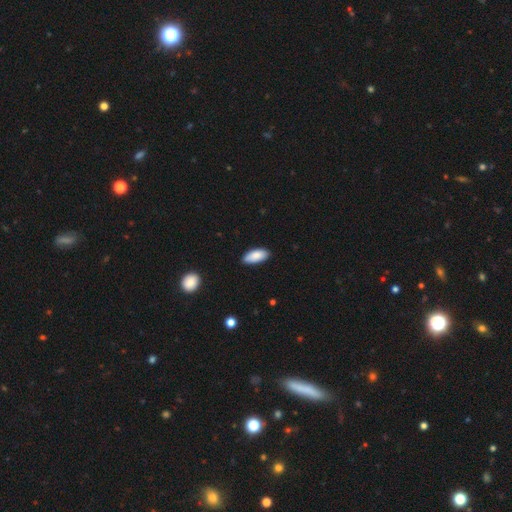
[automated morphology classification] This appears to be a smooth galaxy with no disk features (86%) that is in between round and cigar-shaped (90%). Merging: none (85%).